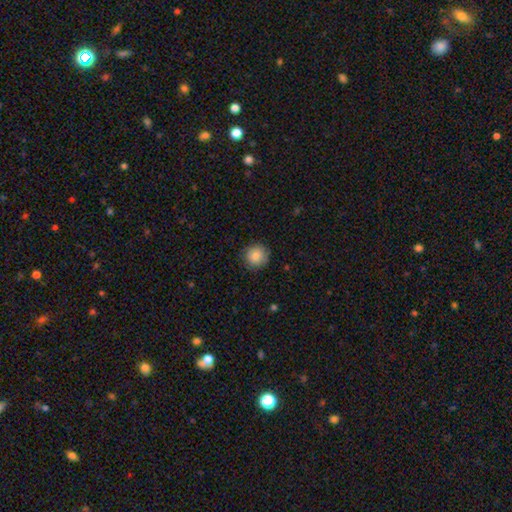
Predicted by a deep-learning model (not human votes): Smooth or featured? smooth (83%)
How rounded? round (93%)
Merging? none (84%)